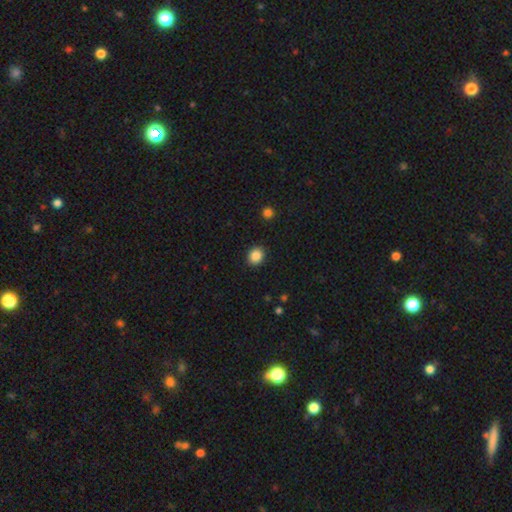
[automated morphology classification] type=smooth (87%); roundness=round (66%); merging=none (90%).